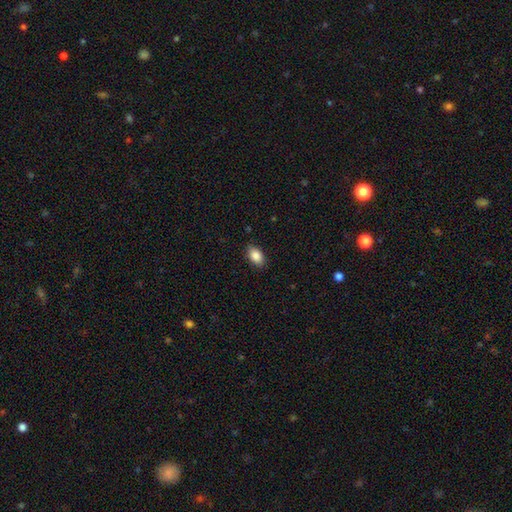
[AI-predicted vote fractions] Smooth or featured?
  - smooth: 88% *
  - star or artifact: 8%
  - featured or disk: 4%
How rounded?
  - in between: 90% *
  - round: 8%
  - cigar-shaped: 2%
Merging?
  - none: 86% *
  - minor disturbance: 10%
  - major disturbance: 2%
  - merger: 1%